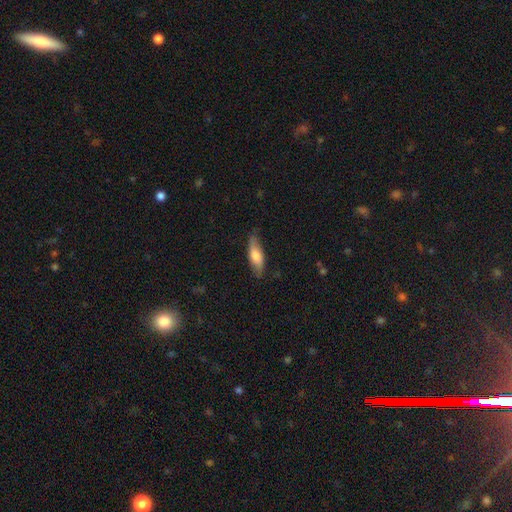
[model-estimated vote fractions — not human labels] Morphology: type=smooth (65%); roundness=in between (56%); merging=none (72%).